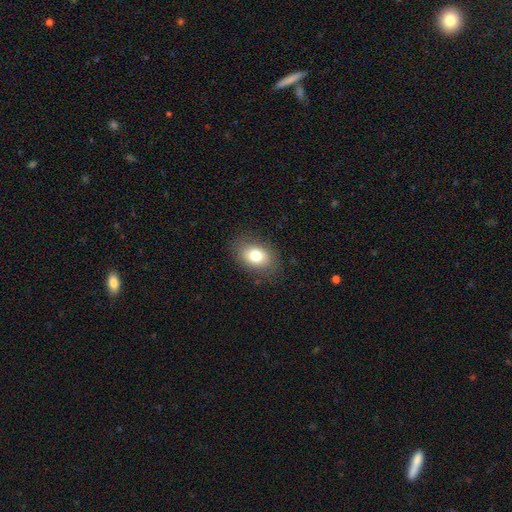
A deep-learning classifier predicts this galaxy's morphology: This appears to be a smooth galaxy with no disk features (77%) that is in between round and cigar-shaped (77%). Merging: none (83%).